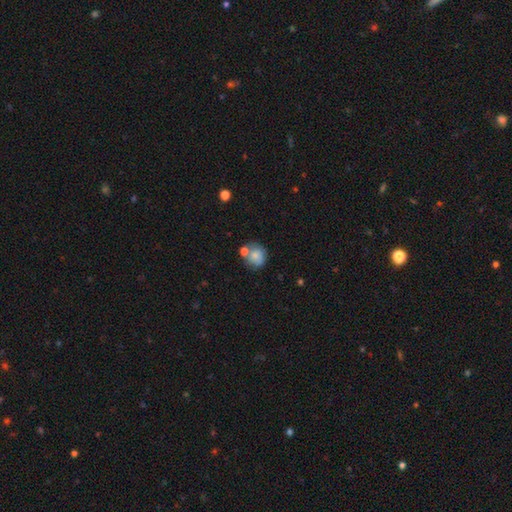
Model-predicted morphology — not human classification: A smooth galaxy with no disk features (73%) that is round (78%). Merging: none (48%).